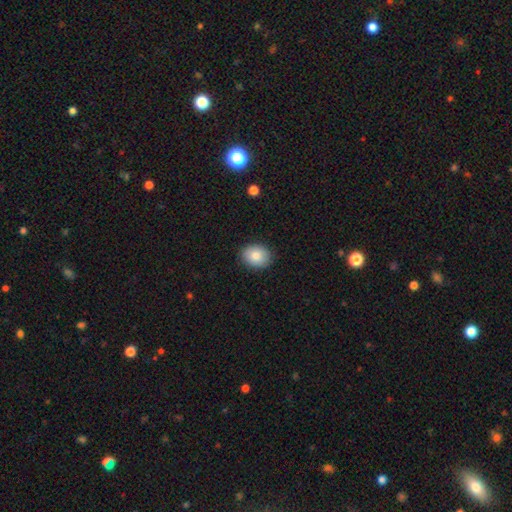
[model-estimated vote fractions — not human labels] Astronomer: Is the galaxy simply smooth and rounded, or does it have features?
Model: smooth — 84%.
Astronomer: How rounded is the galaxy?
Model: in between — 51% (runner-up: round, 48%).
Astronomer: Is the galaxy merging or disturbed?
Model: none — 88%.